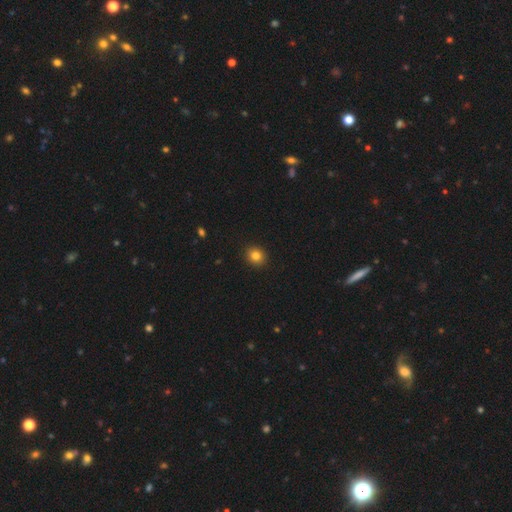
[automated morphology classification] Q: Smooth or featured?
A: smooth (83%); runner-up: star or artifact (12%)
Q: How rounded?
A: round (78%); runner-up: in between (21%)
Q: Merging?
A: none (92%); runner-up: minor disturbance (5%)